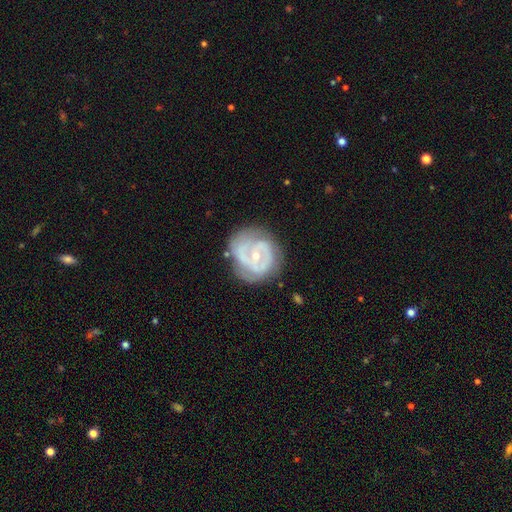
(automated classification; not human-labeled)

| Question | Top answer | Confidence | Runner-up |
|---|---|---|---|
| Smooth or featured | featured or disk | 78% | smooth (16%) |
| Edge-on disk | no | 97% | yes (3%) |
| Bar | no | 54% | weak (33%) |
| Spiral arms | yes | 78% | no (22%) |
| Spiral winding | tight | 53% | medium (35%) |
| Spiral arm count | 2 | 48% | can't tell (27%) |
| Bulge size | small | 63% | moderate (33%) |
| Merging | none | 61% | minor disturbance (24%) |